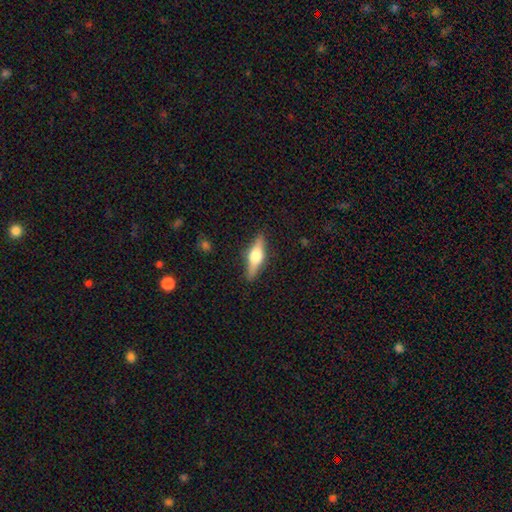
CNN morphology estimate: This appears to be a featured or disk galaxy (54%) viewed edge-on (95%) with a rounded central bulge (92%). Merging: none (87%).